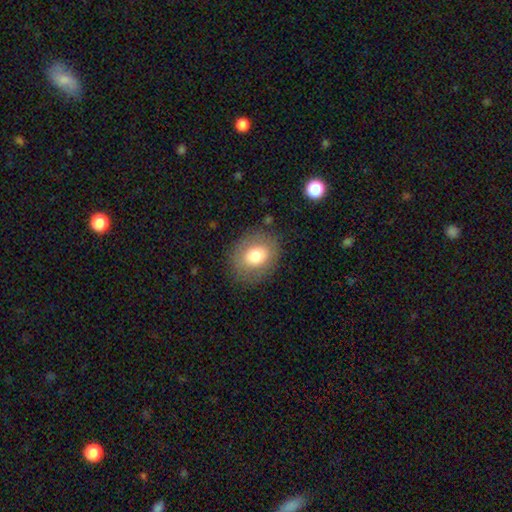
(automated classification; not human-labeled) A smooth galaxy with no disk features (74%) that is round (52%). Merging: none (83%).